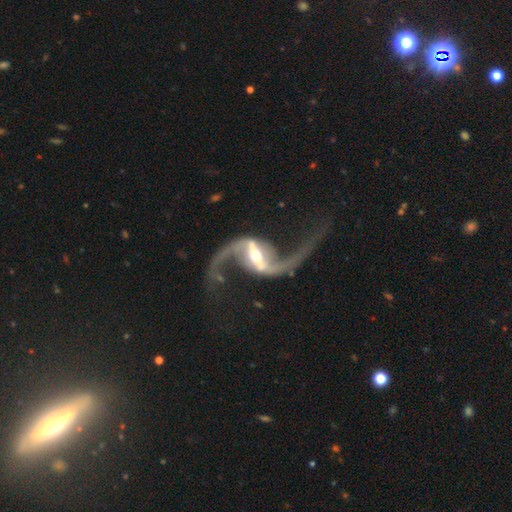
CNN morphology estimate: Smooth or featured? featured or disk (94%)
Edge-on disk? no (97%)
Bar? strong (56%)
Spiral arms? yes (98%)
Spiral winding? loose (82%)
Spiral arm count? 2 (95%)
Bulge size? moderate (52%)
Merging? none (75%)